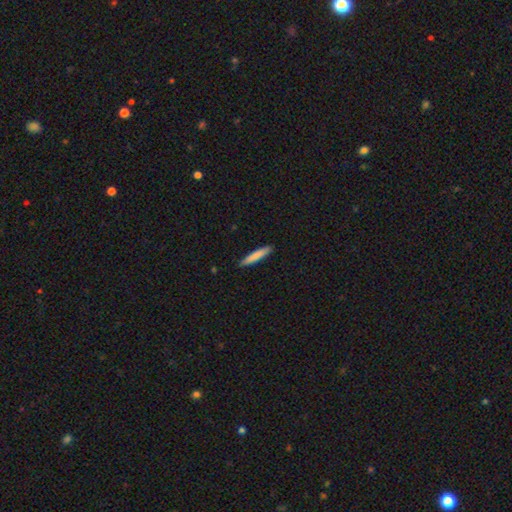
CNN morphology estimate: Smooth or featured: smooth — 81% (featured or disk — 13%)
How rounded: cigar-shaped — 92% (in between — 6%)
Merging: none — 90% (minor disturbance — 8%)